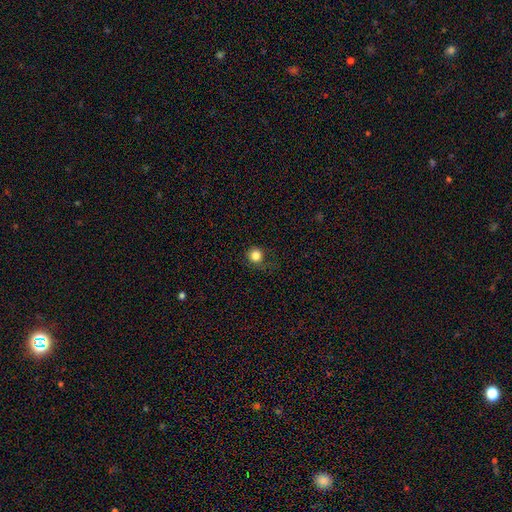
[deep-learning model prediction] smooth_or_featured: smooth (p=0.83) [alt: star or artifact p=0.12]
how_rounded: round (p=0.90) [alt: in between p=0.09]
merging: none (p=0.72) [alt: minor disturbance p=0.18]